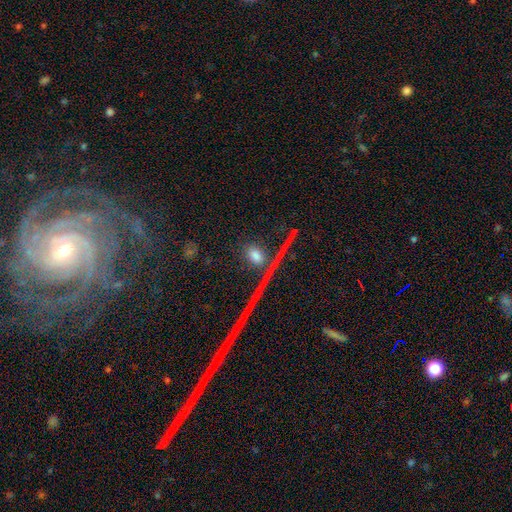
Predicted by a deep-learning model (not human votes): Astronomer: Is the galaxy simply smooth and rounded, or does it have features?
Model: smooth — 59%.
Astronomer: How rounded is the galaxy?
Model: in between — 54% (runner-up: round, 40%).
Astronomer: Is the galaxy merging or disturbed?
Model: none — 75%.